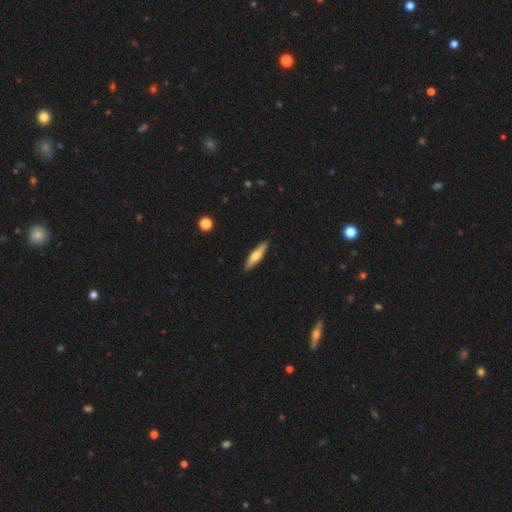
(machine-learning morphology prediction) Smooth or featured?
  - smooth: 60% *
  - featured or disk: 34%
  - star or artifact: 6%
How rounded?
  - cigar-shaped: 78% *
  - in between: 20%
  - round: 2%
Merging?
  - none: 90% *
  - minor disturbance: 8%
  - major disturbance: 1%
  - merger: 1%